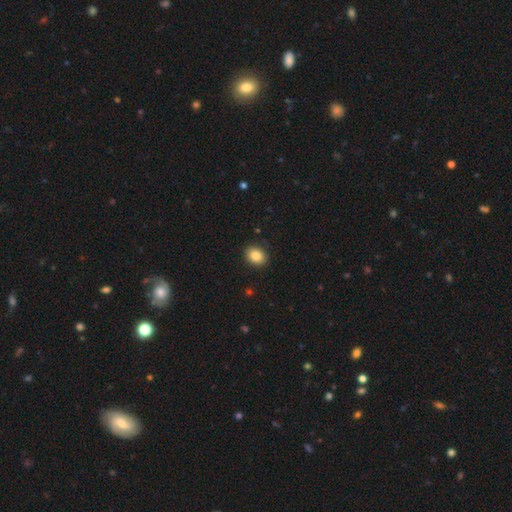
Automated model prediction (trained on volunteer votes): smooth-or-featured: smooth: 86% | star or artifact: 9% | featured or disk: 5%
  how-rounded: in between: 51% | round: 48% | cigar-shaped: 1%
  merging: none: 89% | minor disturbance: 8% | major disturbance: 2% | merger: 1%